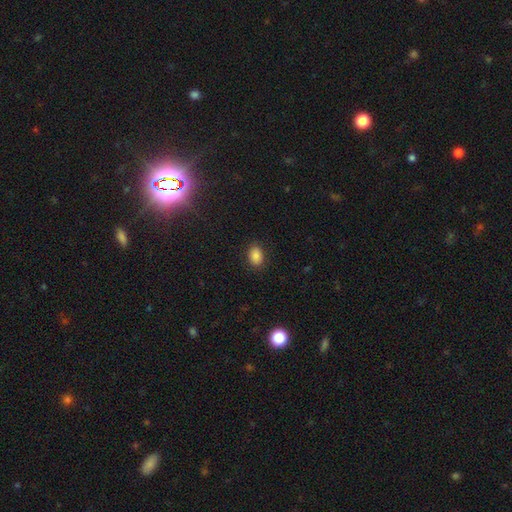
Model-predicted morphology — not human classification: smooth_or_featured: smooth (p=0.86) [alt: star or artifact p=0.10]
how_rounded: in between (p=0.81) [alt: round p=0.18]
merging: none (p=0.86) [alt: minor disturbance p=0.10]